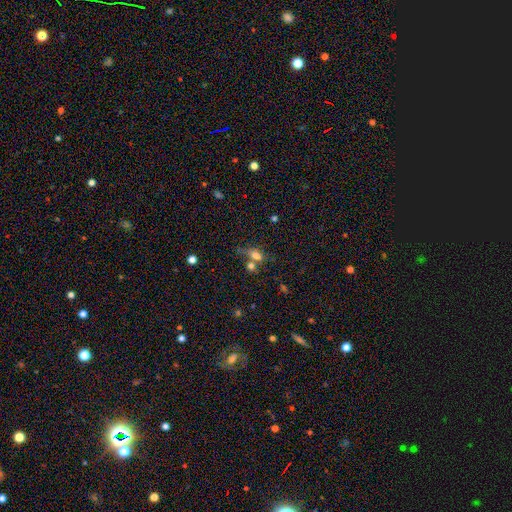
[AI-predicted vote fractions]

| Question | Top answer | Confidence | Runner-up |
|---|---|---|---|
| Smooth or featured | smooth | 68% | star or artifact (17%) |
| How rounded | in between | 71% | round (17%) |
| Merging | none | 40% | merger (35%) |